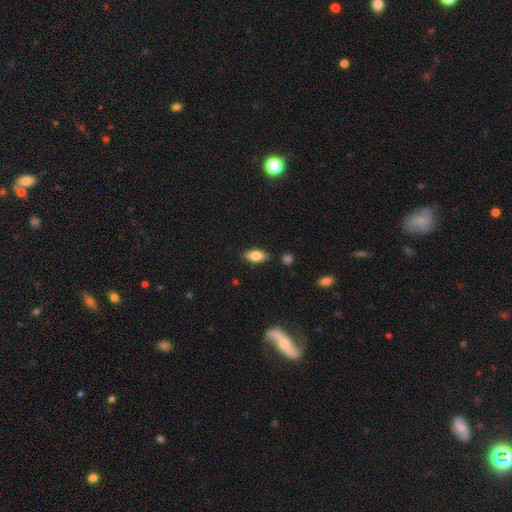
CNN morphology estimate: Q: Smooth or featured?
A: smooth (81%); runner-up: featured or disk (11%)
Q: How rounded?
A: in between (88%); runner-up: cigar-shaped (8%)
Q: Merging?
A: none (84%); runner-up: minor disturbance (11%)